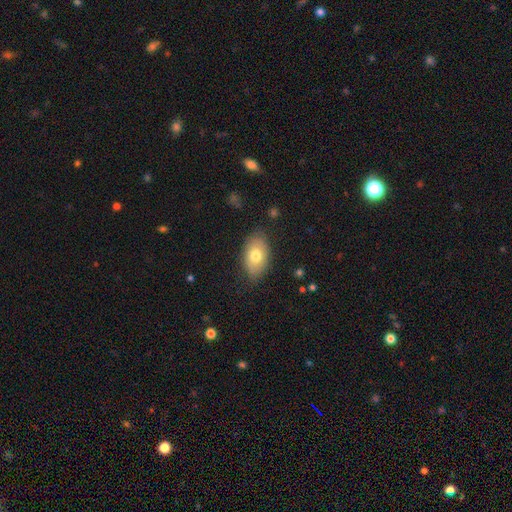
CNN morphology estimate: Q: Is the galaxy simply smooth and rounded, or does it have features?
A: smooth — 72%.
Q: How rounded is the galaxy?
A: in between — 90%.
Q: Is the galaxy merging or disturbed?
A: none — 80%.